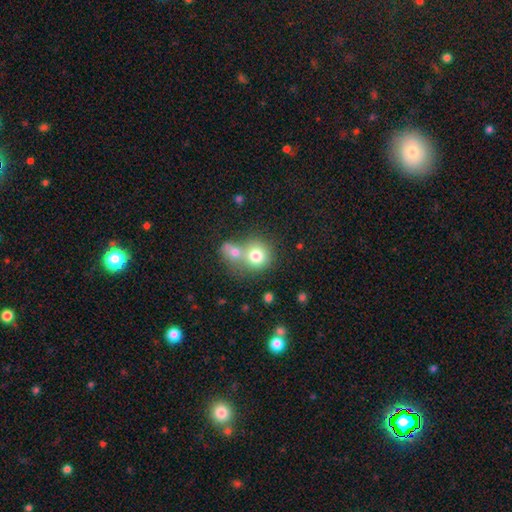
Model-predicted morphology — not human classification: Q: Smooth or featured?
A: smooth (75%); runner-up: featured or disk (14%)
Q: How rounded?
A: round (82%); runner-up: in between (17%)
Q: Merging?
A: merger (51%); runner-up: none (37%)